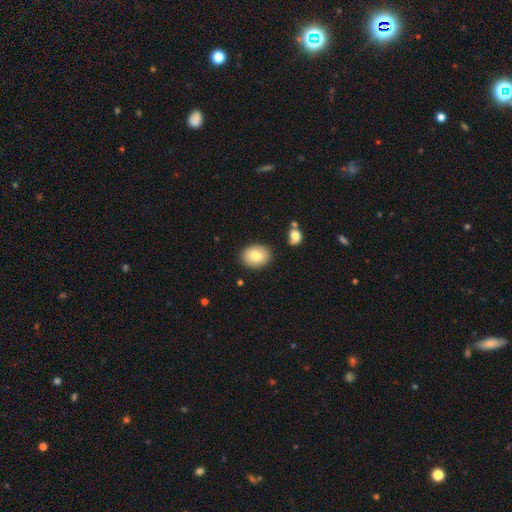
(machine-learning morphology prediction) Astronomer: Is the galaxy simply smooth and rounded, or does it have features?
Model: smooth — 80%.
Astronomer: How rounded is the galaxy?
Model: in between — 66%.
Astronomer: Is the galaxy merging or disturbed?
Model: none — 85%.